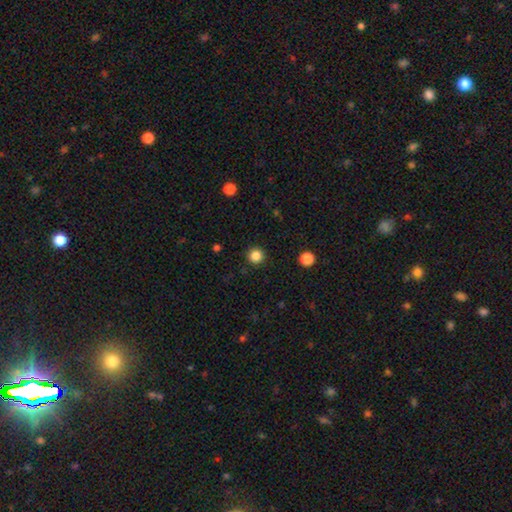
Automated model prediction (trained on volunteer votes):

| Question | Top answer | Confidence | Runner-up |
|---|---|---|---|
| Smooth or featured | smooth | 85% | star or artifact (12%) |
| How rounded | round | 96% | in between (3%) |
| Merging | none | 92% | minor disturbance (5%) |